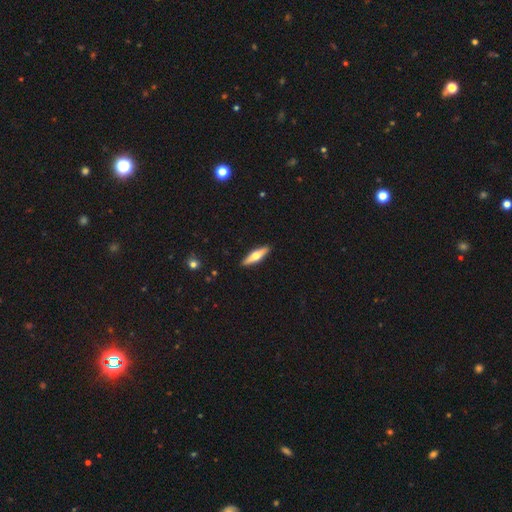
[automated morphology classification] The model was most divided on "smooth or featured": featured or disk: 49%, smooth: 45%, star or artifact: 5%. More confident: merging — none (91%).